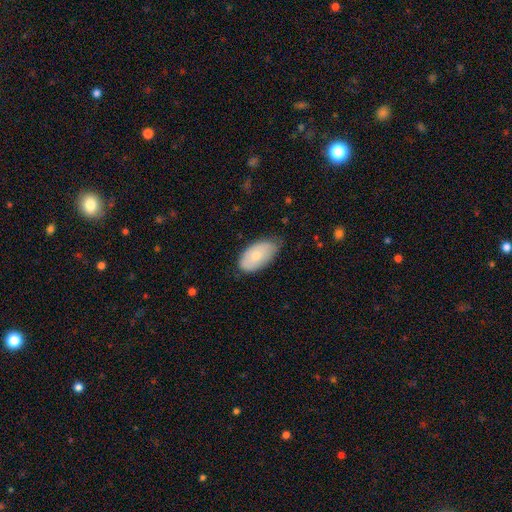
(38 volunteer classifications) Smooth or featured?
  - smooth: 82% *
  - featured or disk: 16%
  - star or artifact: 3%
How rounded?
  - in between: 94% *
  - round: 3%
  - cigar-shaped: 3%
Merging?
  - none: 76% *
  - minor disturbance: 22%
  - major disturbance: 3%
  - merger: 0%